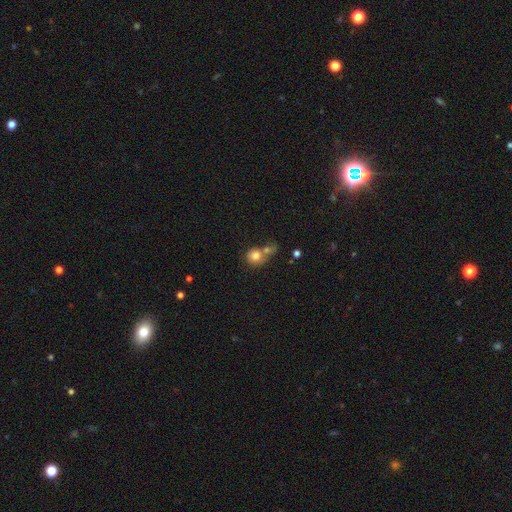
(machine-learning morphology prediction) smooth-or-featured: smooth: 78% | featured or disk: 12% | star or artifact: 10%
  how-rounded: round: 83% | in between: 16% | cigar-shaped: 1%
  merging: merger: 52% | none: 33% | minor disturbance: 9% | major disturbance: 6%